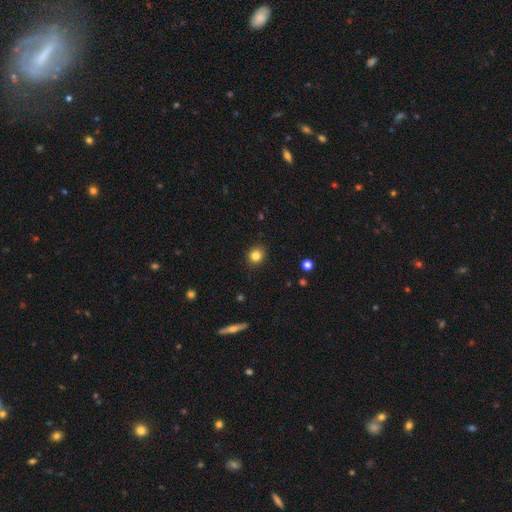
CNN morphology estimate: Smooth or featured? Predicted: smooth (p=0.83). How rounded? Predicted: round (p=0.85). Merging? Predicted: none (p=0.90).